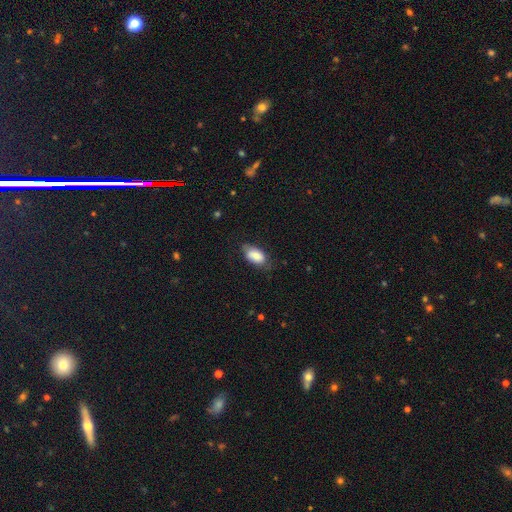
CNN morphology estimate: Overall: smooth (80%). How rounded: in between (93%). Merging: none (68%).